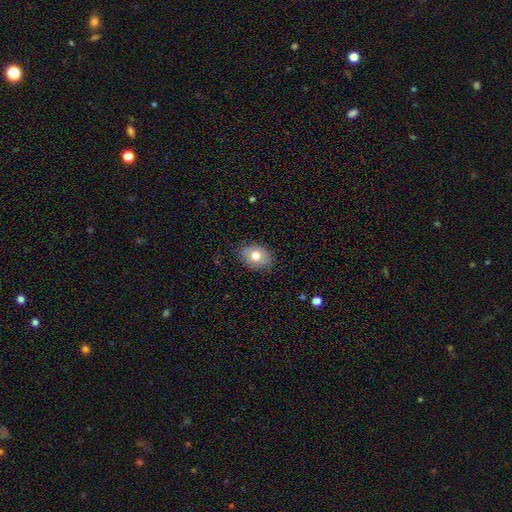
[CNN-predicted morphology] Smooth or featured?
  - smooth: 72% *
  - featured or disk: 19%
  - star or artifact: 8%
How rounded?
  - in between: 72% *
  - round: 27%
  - cigar-shaped: 1%
Merging?
  - none: 83% *
  - minor disturbance: 13%
  - major disturbance: 3%
  - merger: 1%